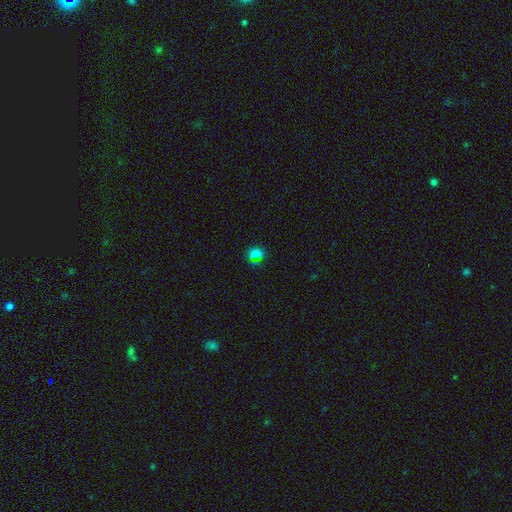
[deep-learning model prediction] Overall: smooth (68%). How rounded: round (80%). Merging: none (80%).